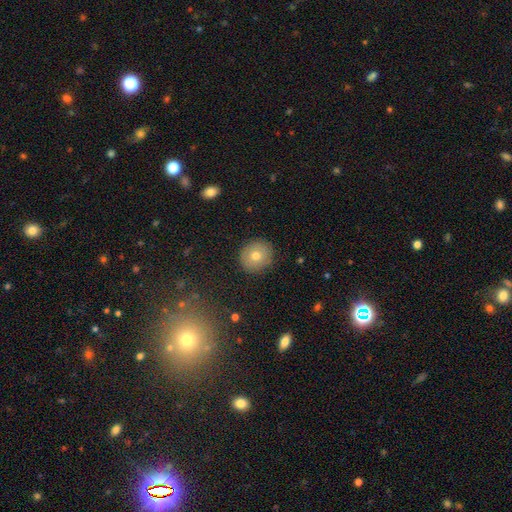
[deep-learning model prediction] Smooth or featured: smooth — 73% (featured or disk — 17%)
How rounded: round — 89% (in between — 10%)
Merging: none — 89% (minor disturbance — 7%)